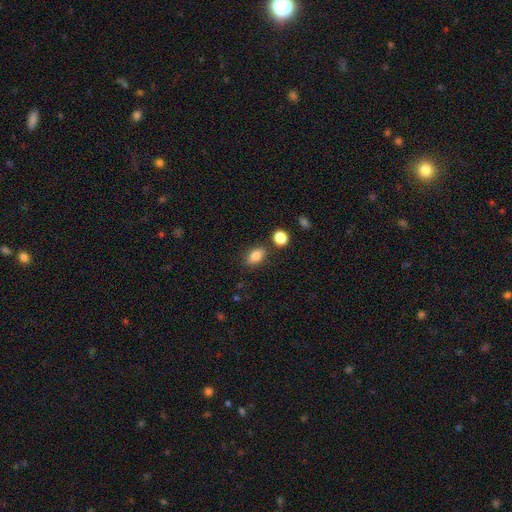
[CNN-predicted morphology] A smooth galaxy with no disk features (83%) that is in between round and cigar-shaped (84%).

Vote fractions:
- Smooth or featured? smooth: 83% / star or artifact: 9% / featured or disk: 7%
- How rounded? in between: 84% / round: 13% / cigar-shaped: 3%
- Merging? none: 81% / minor disturbance: 11% / merger: 6% / major disturbance: 3%